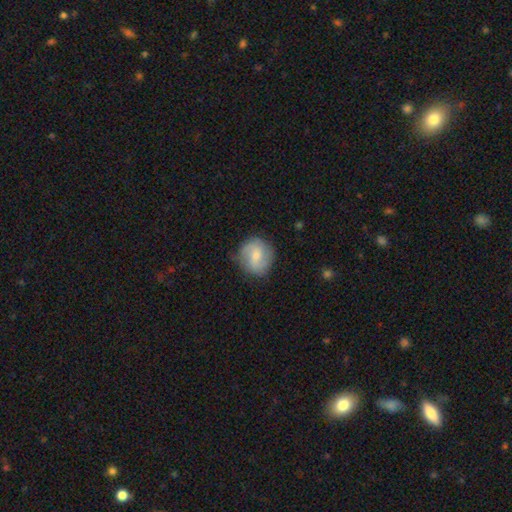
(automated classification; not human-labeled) The model was most divided on "smooth or featured": featured or disk: 48%, smooth: 46%, star or artifact: 6%. More confident: merging — none (77%).